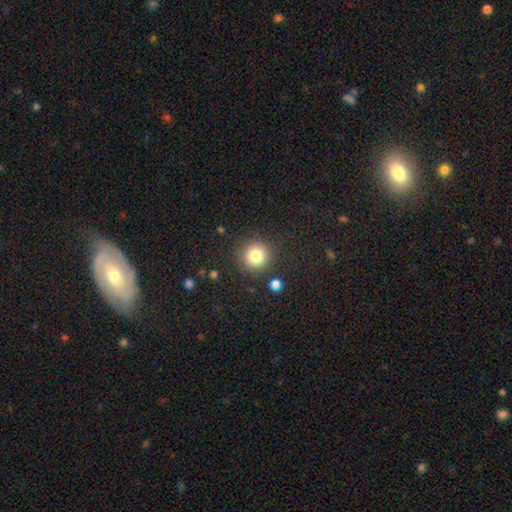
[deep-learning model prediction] Smooth or featured?
  - smooth: 81% *
  - star or artifact: 12%
  - featured or disk: 7%
How rounded?
  - round: 94% *
  - in between: 5%
  - cigar-shaped: 1%
Merging?
  - none: 87% *
  - minor disturbance: 7%
  - major disturbance: 3%
  - merger: 3%